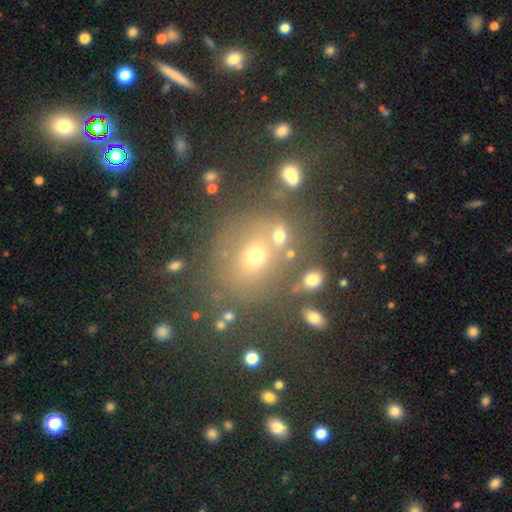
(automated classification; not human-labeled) Smooth or featured? Predicted: smooth (p=0.56). How rounded? Predicted: round (p=0.68). Merging? Predicted: none (p=0.69).